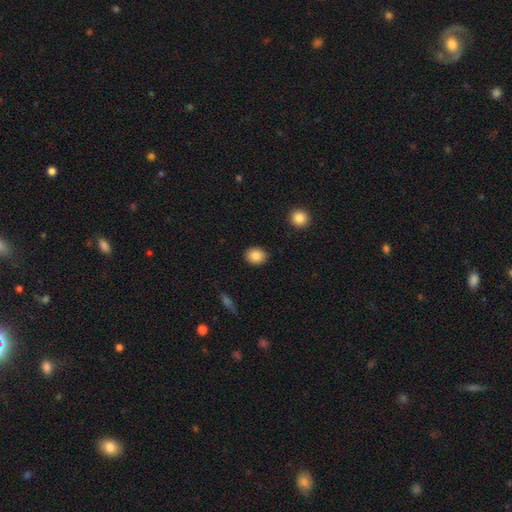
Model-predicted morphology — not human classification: Smooth or featured? smooth (86%)
How rounded? round (52%)
Merging? none (88%)